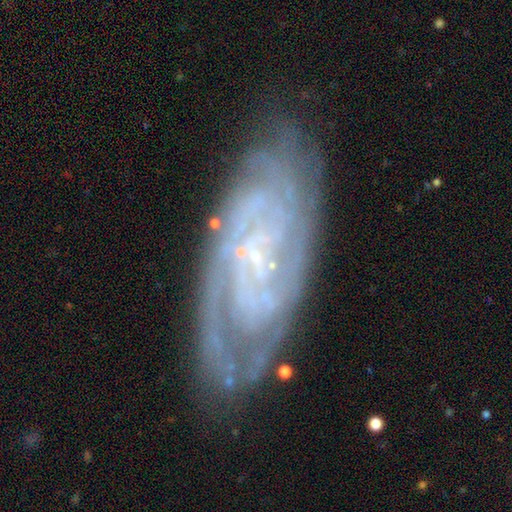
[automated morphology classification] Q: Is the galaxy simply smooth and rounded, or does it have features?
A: featured or disk — 87%.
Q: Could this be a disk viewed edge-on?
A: no — 93%.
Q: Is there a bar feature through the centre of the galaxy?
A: no — 46%.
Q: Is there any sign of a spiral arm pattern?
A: yes — 97%.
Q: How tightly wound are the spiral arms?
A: tight — 73%.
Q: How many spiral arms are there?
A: can't tell — 29%.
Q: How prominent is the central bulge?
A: small — 76%.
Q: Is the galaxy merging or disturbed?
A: none — 79%.